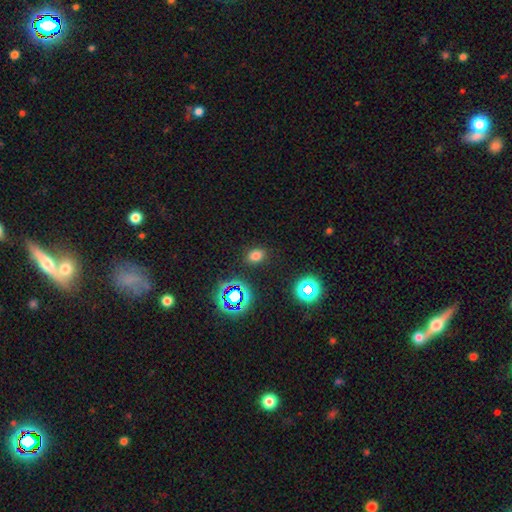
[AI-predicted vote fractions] The model was most divided on "how rounded": in between: 67%, round: 31%, cigar-shaped: 1%. More confident: merging — none (87%); smooth or featured — smooth (72%).